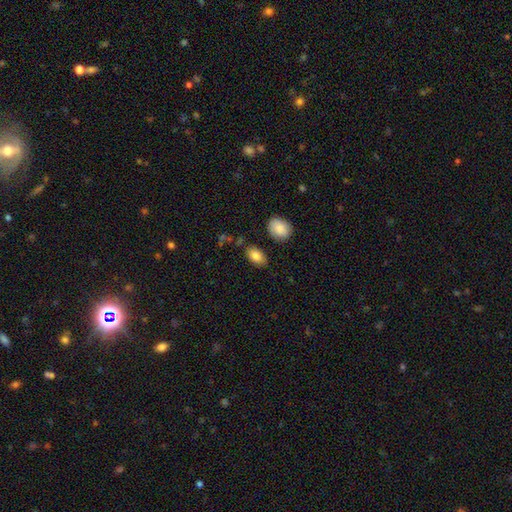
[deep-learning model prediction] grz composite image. It shows a smooth galaxy with no disk features (85%) that is in between round and cigar-shaped (90%). Merging: none (81%).